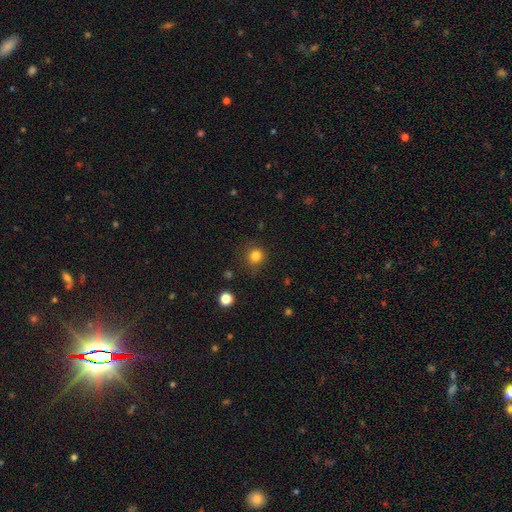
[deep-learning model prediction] Smooth or featured? Predicted: smooth (p=0.82). How rounded? Predicted: round (p=0.92). Merging? Predicted: none (p=0.85).